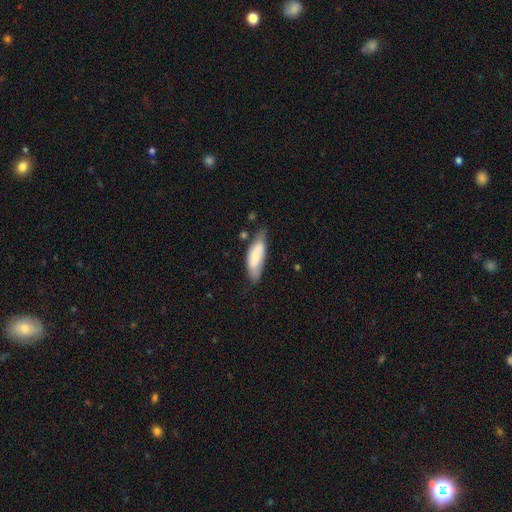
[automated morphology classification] Q: Smooth or featured?
A: smooth (70%); runner-up: featured or disk (23%)
Q: How rounded?
A: in between (66%); runner-up: cigar-shaped (33%)
Q: Merging?
A: none (57%); runner-up: minor disturbance (31%)